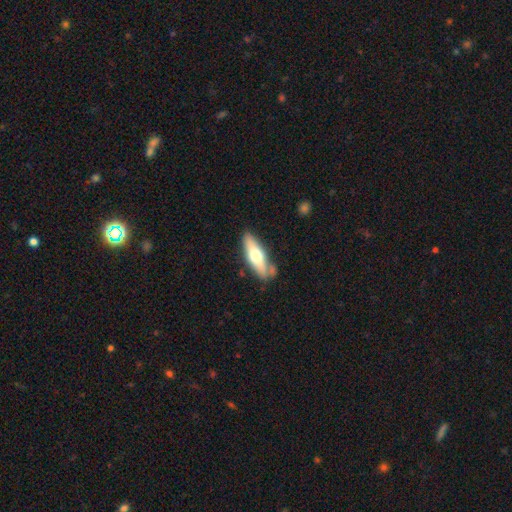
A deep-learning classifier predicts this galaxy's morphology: smooth_or_featured: smooth (p=0.57) [alt: featured or disk p=0.38]
how_rounded: cigar-shaped (p=0.53) [alt: in between p=0.45]
merging: none (p=0.72) [alt: minor disturbance p=0.17]